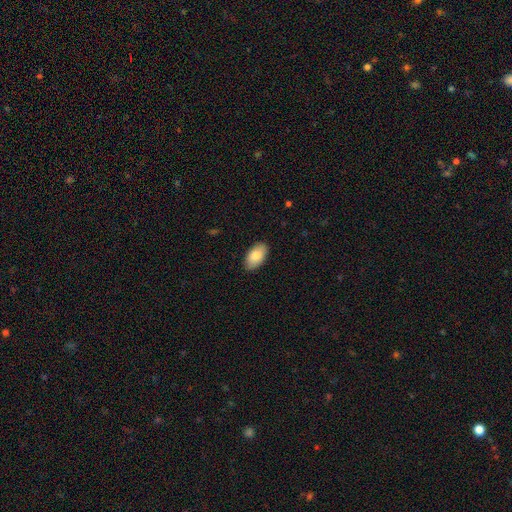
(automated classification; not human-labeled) This is clearly a smooth galaxy (85%). How rounded: clearly in between (95%). Merging: clearly none (89%).